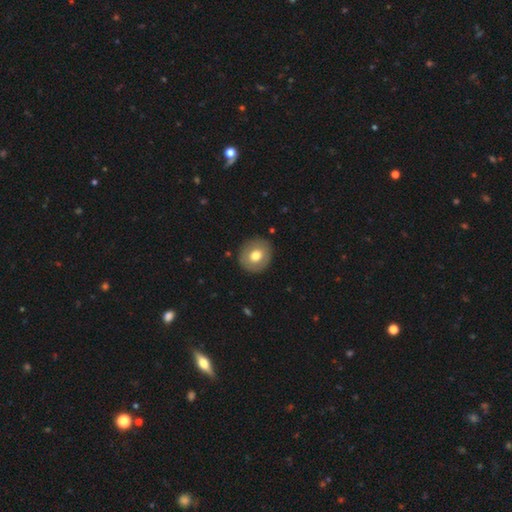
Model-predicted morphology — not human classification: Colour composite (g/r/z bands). It shows a smooth galaxy with no disk features (70%) that is round (83%). Merging: none (89%).